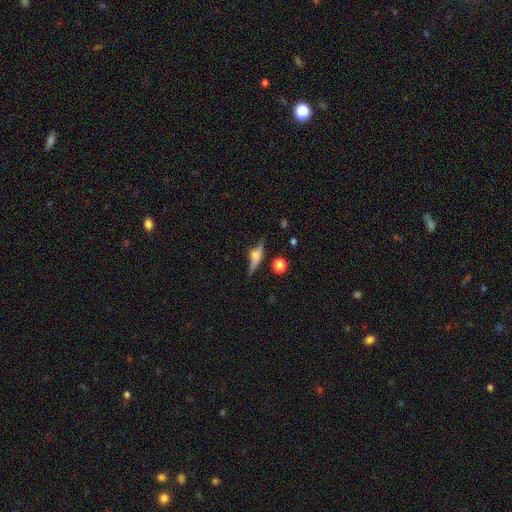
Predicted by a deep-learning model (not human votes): featured or disk 64%, smooth 27%, star or artifact 9%. Down the decision tree: edge-on disk — yes (95%); edge-on bulge — rounded (82%); merging — none (78%).